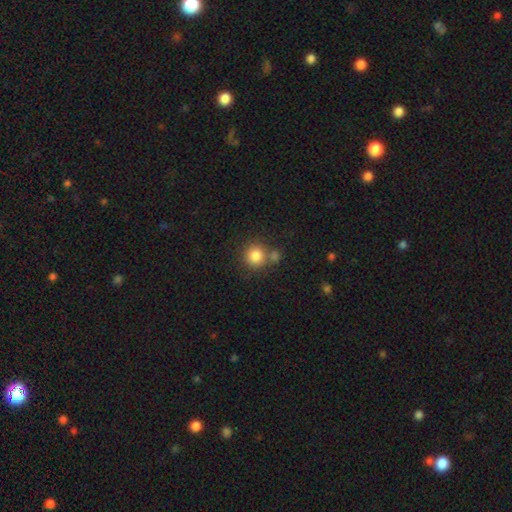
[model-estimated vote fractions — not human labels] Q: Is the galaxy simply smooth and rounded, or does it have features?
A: smooth — 83%.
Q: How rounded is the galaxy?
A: round — 91%.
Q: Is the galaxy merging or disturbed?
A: none — 62%.